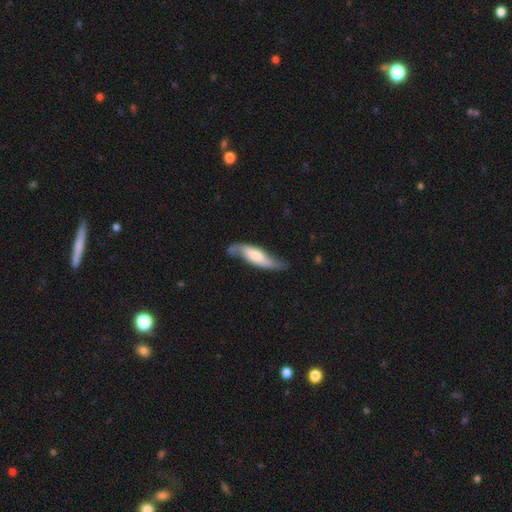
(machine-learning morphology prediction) featured or disk 55%, smooth 40%, star or artifact 5%. Down the decision tree: edge-on disk — no (64%); merging — none (58%).